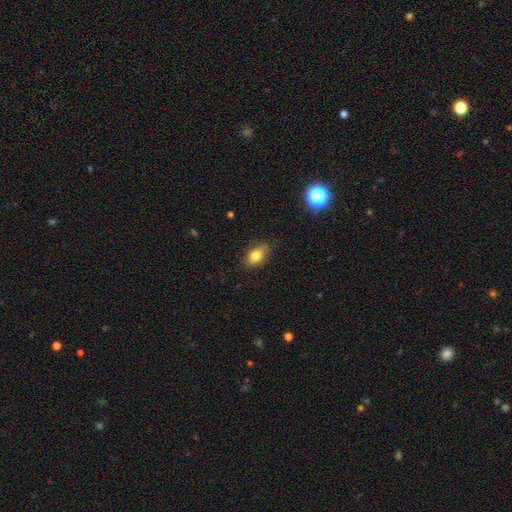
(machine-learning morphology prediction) This appears to be a smooth galaxy with no disk features (81%) that is in between round and cigar-shaped (85%). Merging: none (82%).